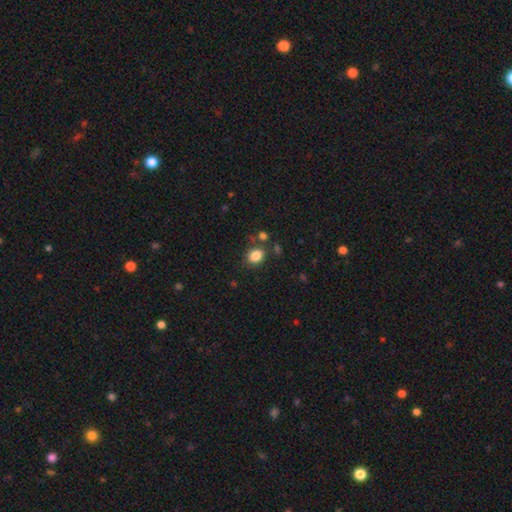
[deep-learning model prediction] A smooth galaxy with no disk features (84%) that is in between round and cigar-shaped (51%).

Vote fractions:
- Smooth or featured? smooth: 84% / star or artifact: 11% / featured or disk: 5%
- How rounded? in between: 51% / round: 48% / cigar-shaped: 1%
- Merging? none: 74% / minor disturbance: 13% / merger: 8% / major disturbance: 4%